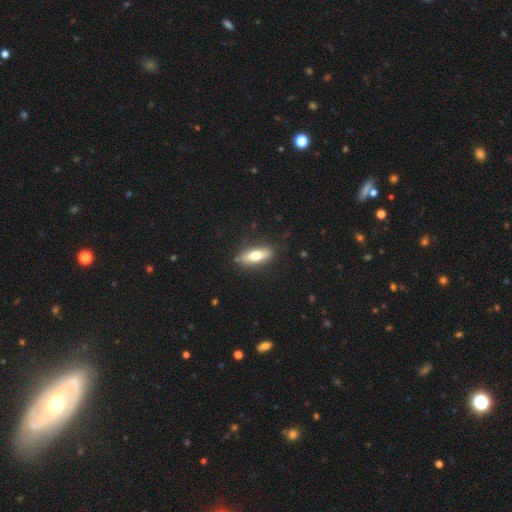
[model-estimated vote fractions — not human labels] Morphology: type=smooth (69%); roundness=in between (65%); merging=none (84%).